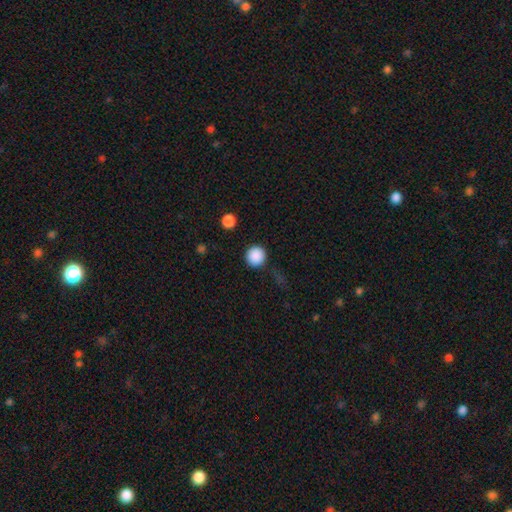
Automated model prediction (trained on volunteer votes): Q: Smooth or featured?
A: smooth (88%); runner-up: star or artifact (9%)
Q: How rounded?
A: round (96%); runner-up: in between (3%)
Q: Merging?
A: none (89%); runner-up: minor disturbance (6%)